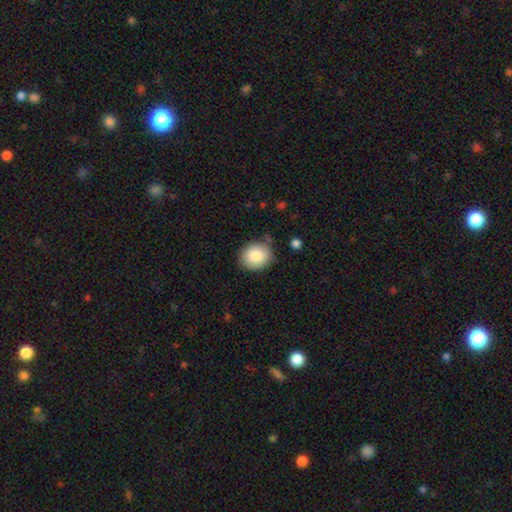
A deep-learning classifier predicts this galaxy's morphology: The model was most divided on "how rounded": round: 65%, in between: 34%, cigar-shaped: 1%. More confident: smooth or featured — smooth (85%); merging — none (78%).